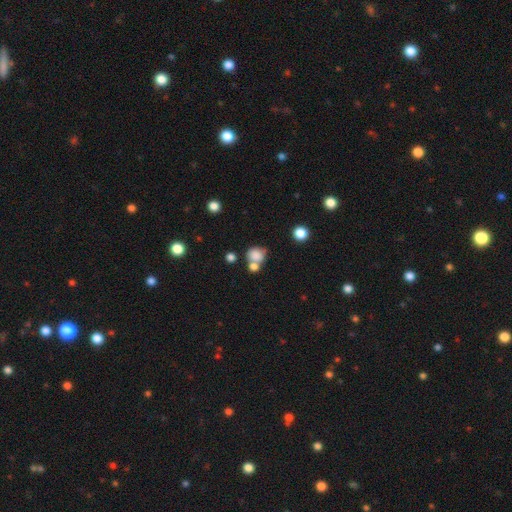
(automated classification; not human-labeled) Smooth or featured: smooth — 80% (star or artifact — 11%)
How rounded: round — 68% (in between — 31%)
Merging: merger — 45% (none — 38%)